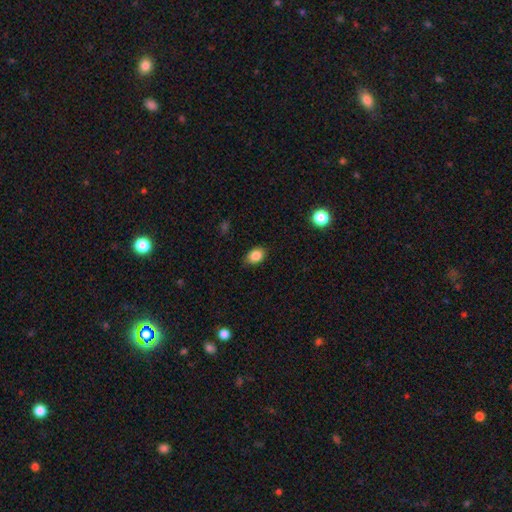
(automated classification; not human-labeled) This is clearly a smooth galaxy (85%). How rounded: likely in between (76%). Merging: clearly none (81%).